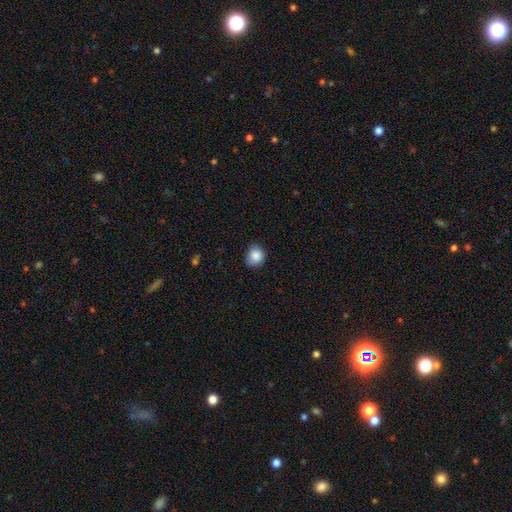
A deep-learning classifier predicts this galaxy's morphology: A smooth galaxy with no disk features (86%) that is round (72%). Merging: none (73%).